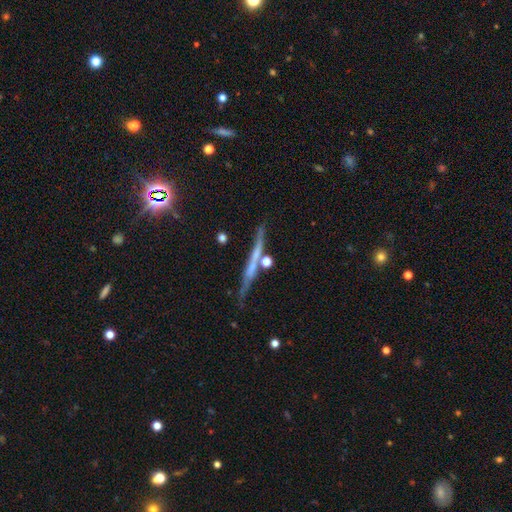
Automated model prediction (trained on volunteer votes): smooth_or_featured: featured or disk (p=0.58) [alt: smooth p=0.30]
disk_edge_on: yes (p=0.95) [alt: no p=0.05]
edge_on_bulge: none (p=0.66) [alt: rounded p=0.26]
merging: none (p=0.77) [alt: minor disturbance p=0.13]